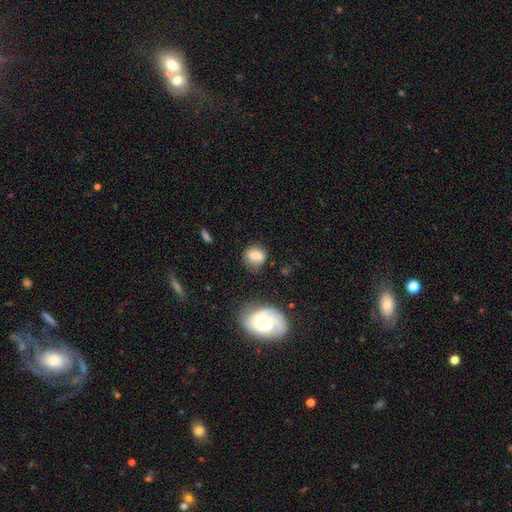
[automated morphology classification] Q: Smooth or featured?
A: smooth (75%); runner-up: featured or disk (16%)
Q: How rounded?
A: round (52%); runner-up: in between (46%)
Q: Merging?
A: none (65%); runner-up: minor disturbance (22%)